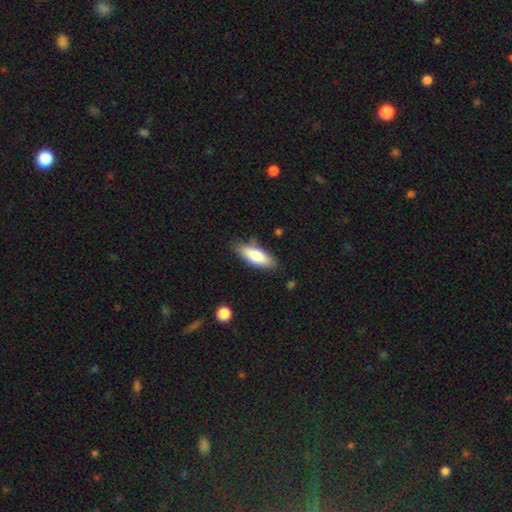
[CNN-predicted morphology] Q: Smooth or featured?
A: smooth (77%); runner-up: featured or disk (17%)
Q: How rounded?
A: in between (61%); runner-up: cigar-shaped (37%)
Q: Merging?
A: none (82%); runner-up: minor disturbance (13%)